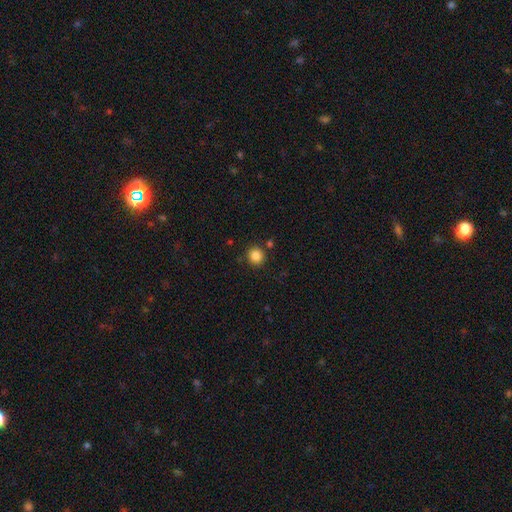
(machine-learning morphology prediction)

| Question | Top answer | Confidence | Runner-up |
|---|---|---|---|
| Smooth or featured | smooth | 86% | star or artifact (11%) |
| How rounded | round | 90% | in between (9%) |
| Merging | none | 86% | minor disturbance (7%) |